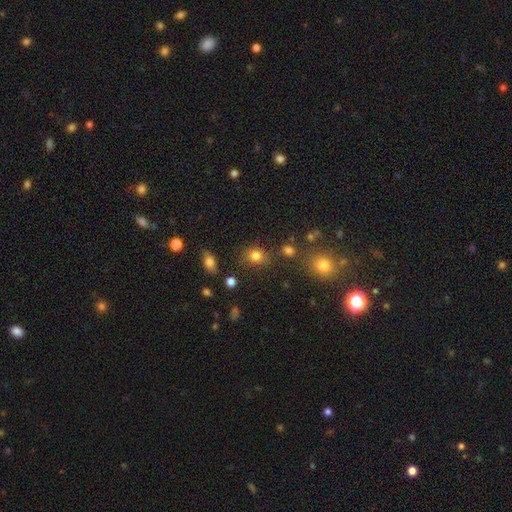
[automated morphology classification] Smooth or featured? Predicted: smooth (p=0.80). How rounded? Predicted: round (p=0.62). Merging? Predicted: none (p=0.74).